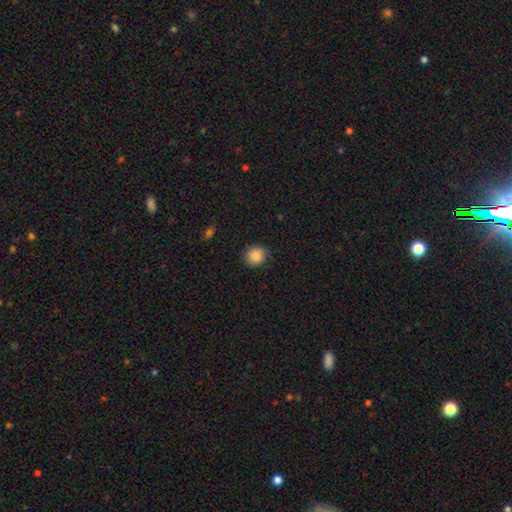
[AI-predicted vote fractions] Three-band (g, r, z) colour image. It shows a smooth galaxy with no disk features (88%) that is round (80%). Merging: none (84%).